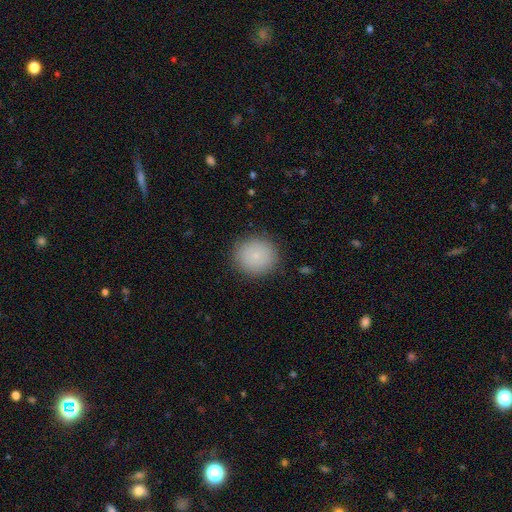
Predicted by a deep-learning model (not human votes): The model was most divided on "smooth or featured": smooth: 84%, star or artifact: 9%, featured or disk: 8%. More confident: how rounded — round (91%); merging — none (89%).